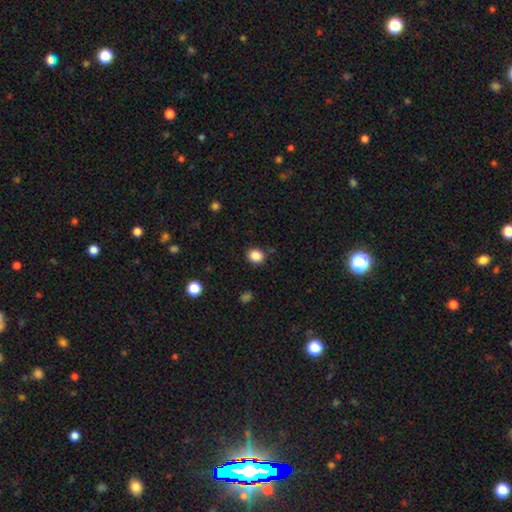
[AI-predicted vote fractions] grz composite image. It shows a smooth galaxy with no disk features (86%) that is round (59%). Merging: none (84%).